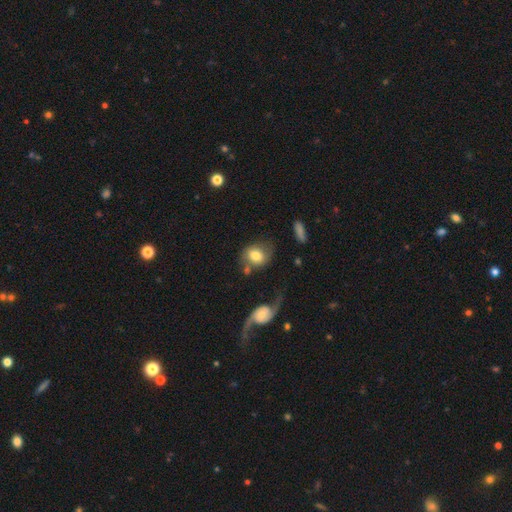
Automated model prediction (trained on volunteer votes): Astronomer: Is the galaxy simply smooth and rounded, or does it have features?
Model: smooth — 68%.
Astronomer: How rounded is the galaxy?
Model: round — 54% (runner-up: in between, 44%).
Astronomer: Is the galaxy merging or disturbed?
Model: none — 52%.